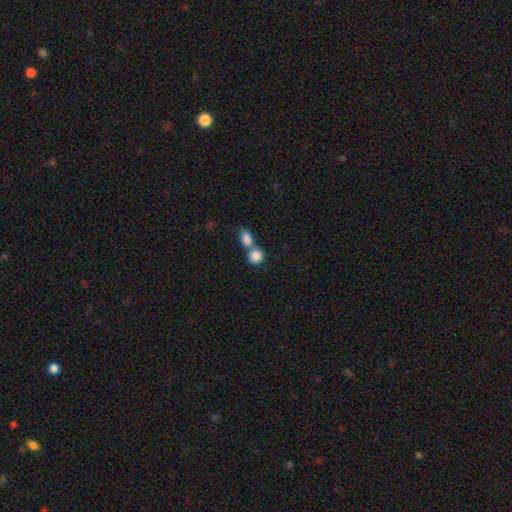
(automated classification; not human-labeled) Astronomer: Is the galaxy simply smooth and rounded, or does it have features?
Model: smooth — 85%.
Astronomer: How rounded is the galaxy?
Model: round — 69%.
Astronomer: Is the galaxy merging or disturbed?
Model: merger — 61%.